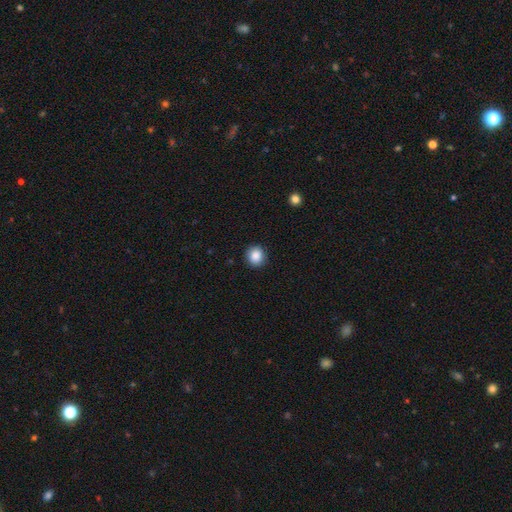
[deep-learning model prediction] smooth 87%, star or artifact 9%, featured or disk 3%. Down the decision tree: how rounded — round (86%); merging — none (90%).